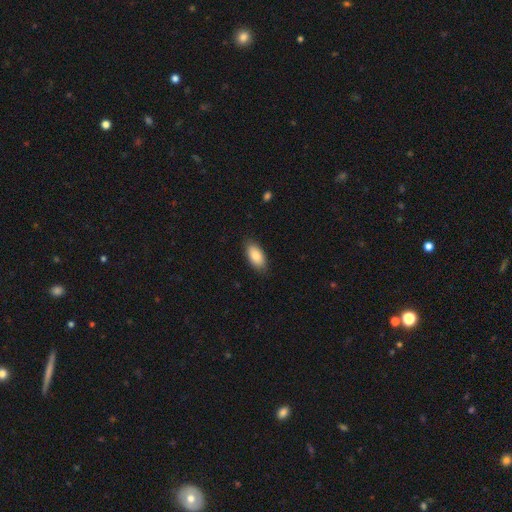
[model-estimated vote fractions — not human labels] Smooth or featured?
  - smooth: 84% *
  - featured or disk: 9%
  - star or artifact: 6%
How rounded?
  - in between: 93% *
  - cigar-shaped: 5%
  - round: 3%
Merging?
  - none: 86% *
  - minor disturbance: 11%
  - major disturbance: 2%
  - merger: 1%